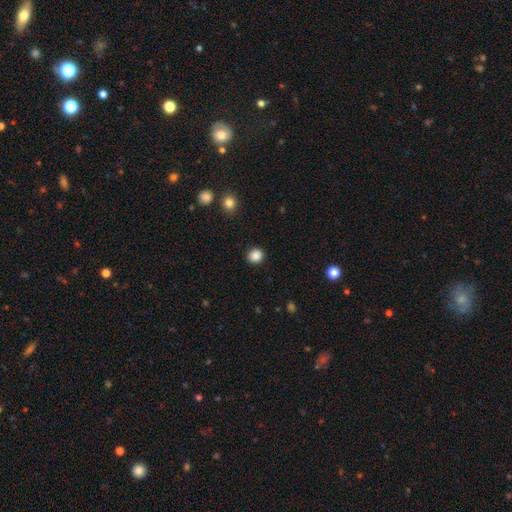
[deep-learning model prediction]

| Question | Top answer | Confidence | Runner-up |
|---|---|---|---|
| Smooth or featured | smooth | 87% | star or artifact (10%) |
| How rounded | round | 87% | in between (13%) |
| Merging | none | 91% | minor disturbance (6%) |